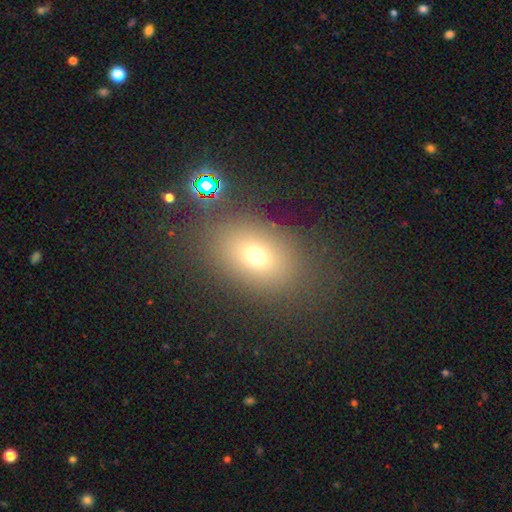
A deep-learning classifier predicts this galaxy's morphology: Smooth or featured? Predicted: smooth (p=0.68). How rounded? Predicted: in between (p=0.70). Merging? Predicted: none (p=0.80).